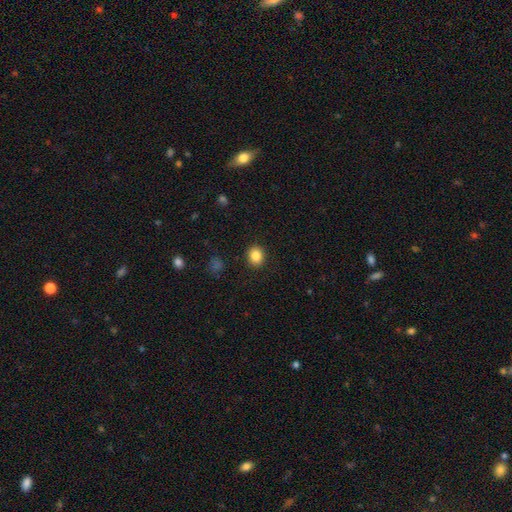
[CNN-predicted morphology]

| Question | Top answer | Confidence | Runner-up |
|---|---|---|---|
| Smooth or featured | smooth | 85% | star or artifact (10%) |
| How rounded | round | 68% | in between (31%) |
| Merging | none | 90% | minor disturbance (6%) |